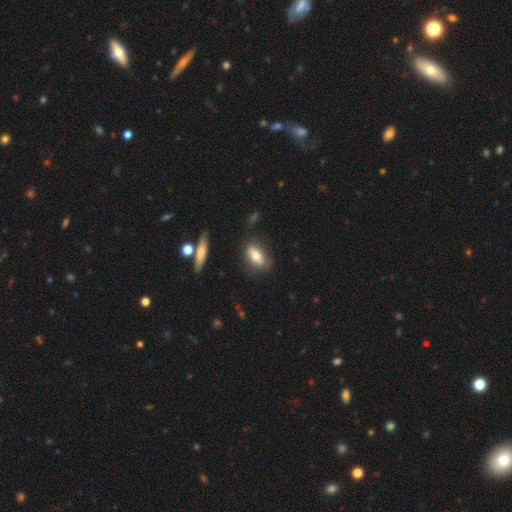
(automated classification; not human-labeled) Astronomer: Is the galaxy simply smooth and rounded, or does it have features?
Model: smooth — 77%.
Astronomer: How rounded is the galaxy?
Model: in between — 82%.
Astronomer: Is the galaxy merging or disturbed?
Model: none — 73%.